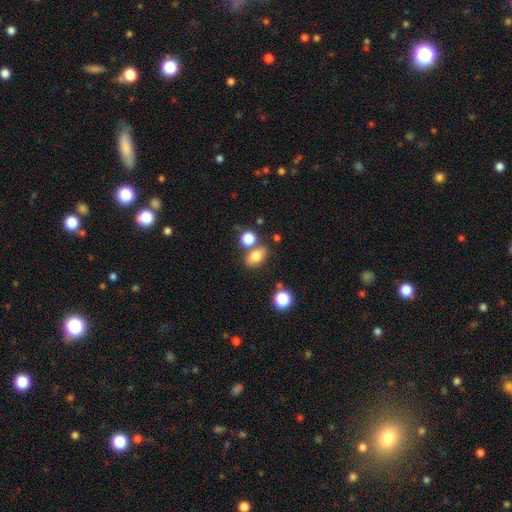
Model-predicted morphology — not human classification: This is likely a smooth galaxy (78%). How rounded: likely in between (70%). Merging: likely none (63%).